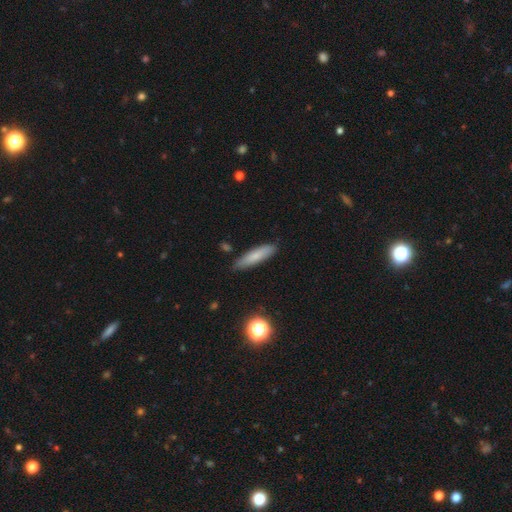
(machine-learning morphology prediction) Smooth or featured: smooth — 76% (featured or disk — 17%)
How rounded: cigar-shaped — 77% (in between — 22%)
Merging: none — 84% (minor disturbance — 12%)